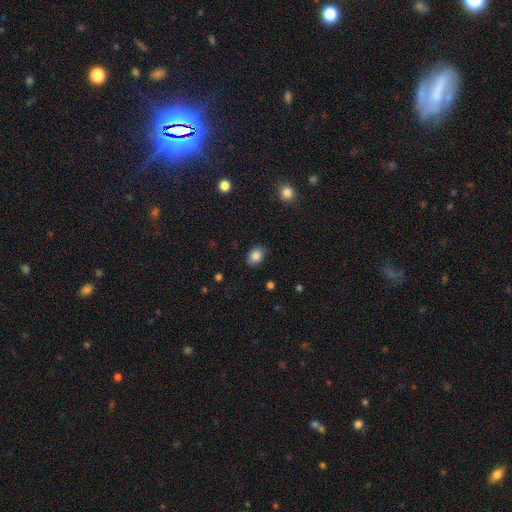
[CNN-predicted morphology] Smooth or featured? Predicted: smooth (p=0.85). How rounded? Predicted: in between (p=0.62). Merging? Predicted: none (p=0.81).